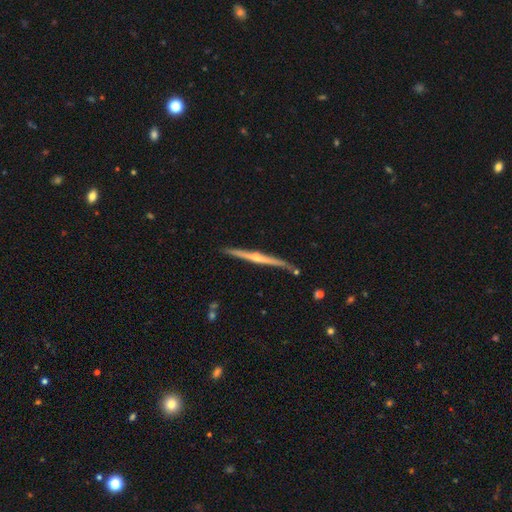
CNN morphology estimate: A featured or disk galaxy (80%) viewed edge-on (98%) with a rounded central bulge (80%).

Vote fractions:
- Smooth or featured? featured or disk: 80% / smooth: 15% / star or artifact: 5%
- Edge-on disk? yes: 98% / no: 2%
- Edge-on bulge? rounded: 80% / none: 15% / boxy: 5%
- Merging? none: 84% / minor disturbance: 11% / merger: 3% / major disturbance: 2%